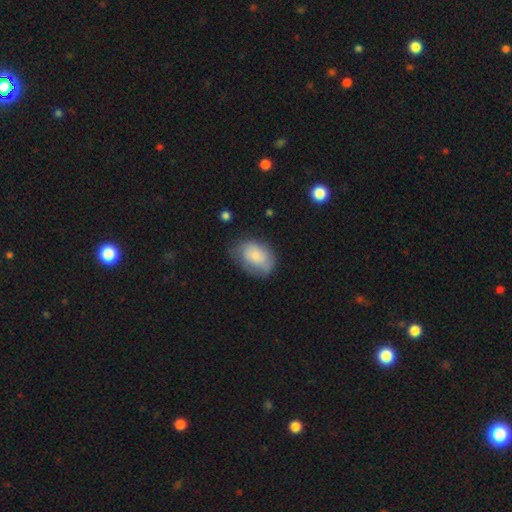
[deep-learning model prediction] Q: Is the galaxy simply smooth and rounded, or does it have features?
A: smooth — 75%.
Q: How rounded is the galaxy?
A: in between — 80%.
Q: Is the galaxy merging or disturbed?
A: none — 56%.